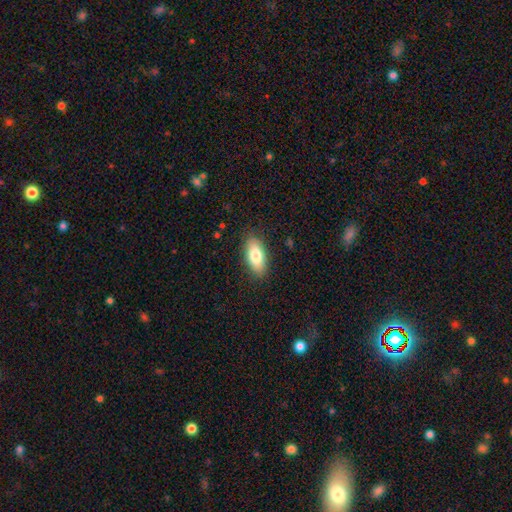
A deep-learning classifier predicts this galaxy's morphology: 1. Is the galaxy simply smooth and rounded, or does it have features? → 79% smooth, 14% featured or disk, 6% star or artifact.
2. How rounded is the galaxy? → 85% in between, 12% cigar-shaped, 3% round.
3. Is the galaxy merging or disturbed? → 87% none, 10% minor disturbance, 2% major disturbance, 1% merger.